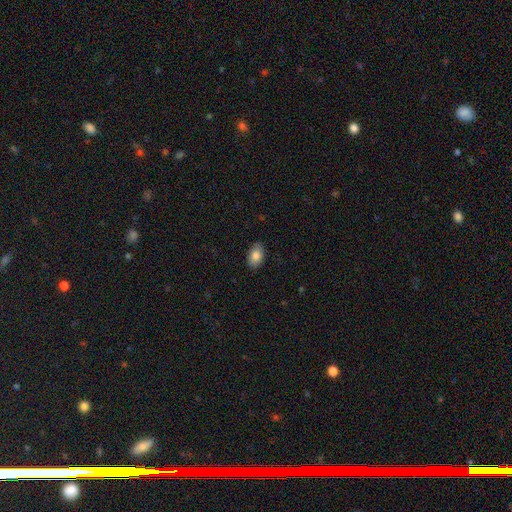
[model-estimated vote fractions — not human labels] A smooth galaxy with no disk features (83%) that is in between round and cigar-shaped (92%).

Vote fractions:
- Smooth or featured? smooth: 83% / featured or disk: 10% / star or artifact: 7%
- How rounded? in between: 92% / round: 7% / cigar-shaped: 1%
- Merging? none: 87% / minor disturbance: 10% / major disturbance: 2% / merger: 1%